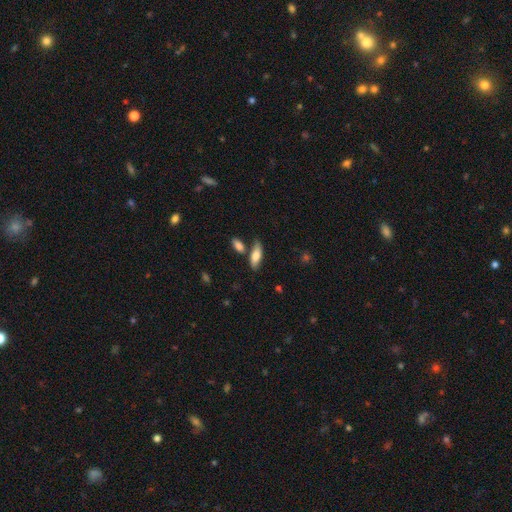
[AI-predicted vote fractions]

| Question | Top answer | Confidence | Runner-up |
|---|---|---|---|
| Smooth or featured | smooth | 73% | featured or disk (21%) |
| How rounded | in between | 64% | cigar-shaped (33%) |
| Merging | none | 67% | minor disturbance (15%) |